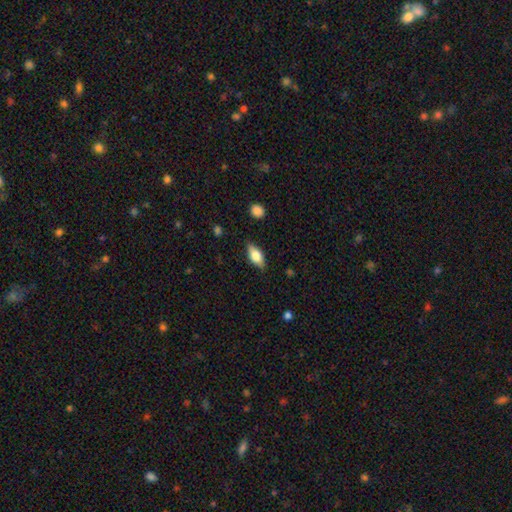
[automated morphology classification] This appears to be a smooth galaxy with no disk features (63%) that is in between round and cigar-shaped (81%). Merging: none (83%).